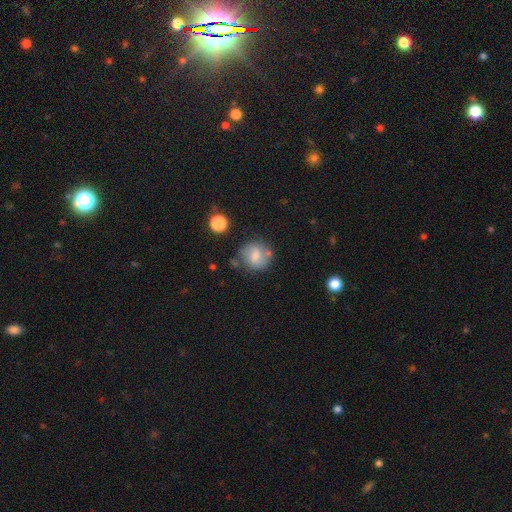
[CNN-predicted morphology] Overall: smooth (66%). How rounded: round (82%). Merging: none (65%).